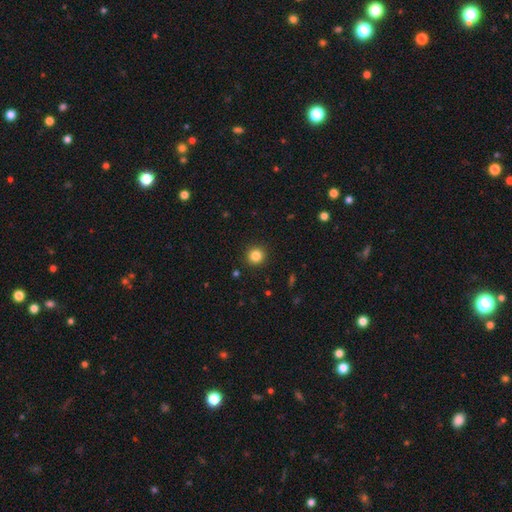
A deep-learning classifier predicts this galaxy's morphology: Smooth or featured? smooth (84%)
How rounded? round (94%)
Merging? none (92%)